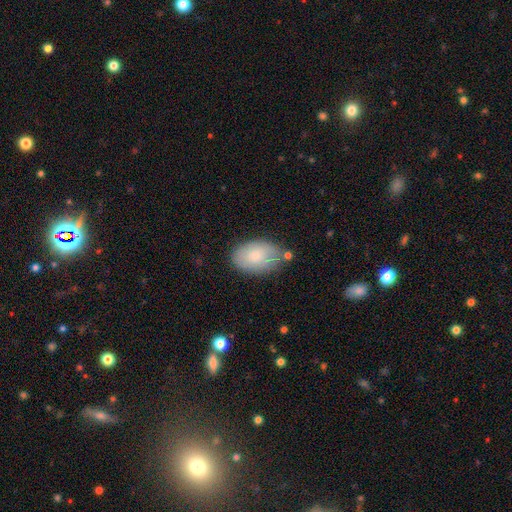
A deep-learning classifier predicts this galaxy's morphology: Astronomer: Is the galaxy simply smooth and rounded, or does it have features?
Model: smooth — 79%.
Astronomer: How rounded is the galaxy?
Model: in between — 91%.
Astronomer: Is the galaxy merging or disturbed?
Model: none — 73%.